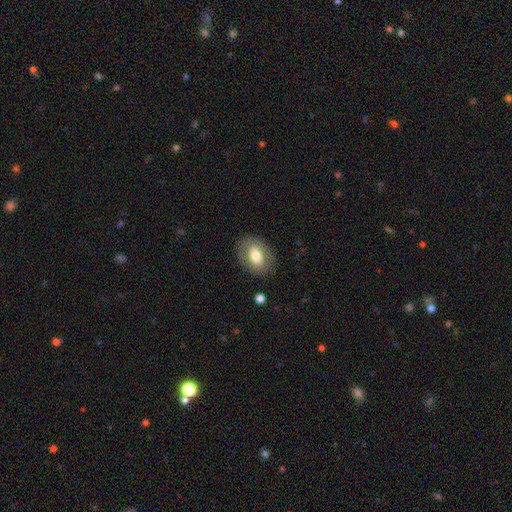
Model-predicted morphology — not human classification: Smooth or featured?
  - smooth: 67% *
  - featured or disk: 25%
  - star or artifact: 7%
How rounded?
  - in between: 80% *
  - round: 19%
  - cigar-shaped: 1%
Merging?
  - none: 83% *
  - minor disturbance: 11%
  - major disturbance: 4%
  - merger: 1%